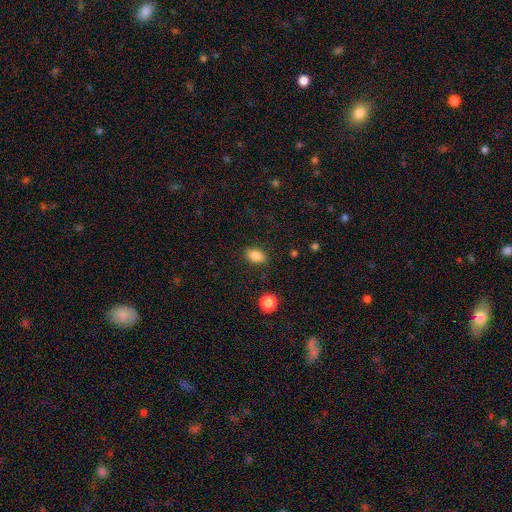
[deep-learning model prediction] A smooth galaxy with no disk features (84%) that is in between round and cigar-shaped (85%). Merging: none (85%).